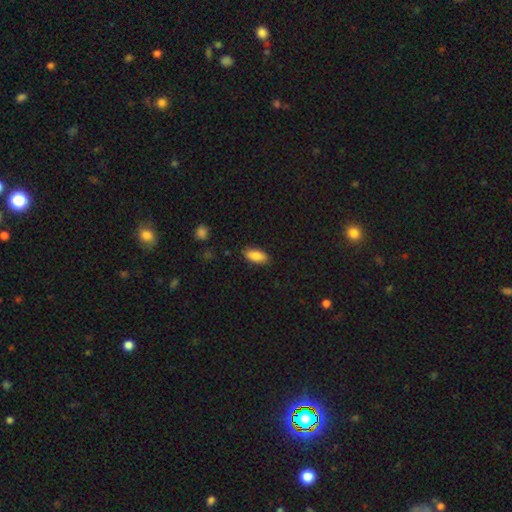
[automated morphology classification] smooth 87%, star or artifact 7%, featured or disk 7%. Down the decision tree: how rounded — in between (87%); merging — none (86%).